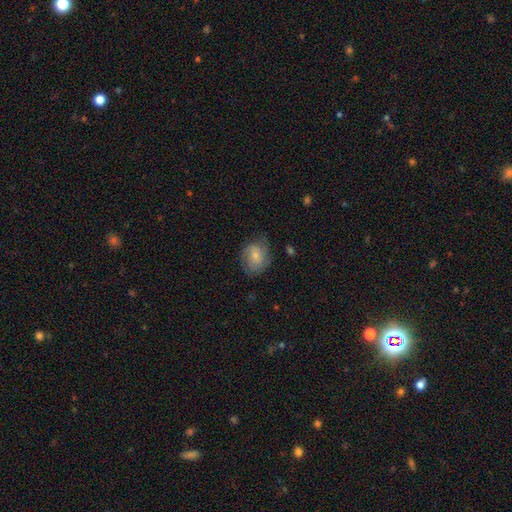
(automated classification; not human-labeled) Q: Smooth or featured?
A: smooth (47%); runner-up: featured or disk (46%)
Q: Merging?
A: none (66%); runner-up: minor disturbance (23%)